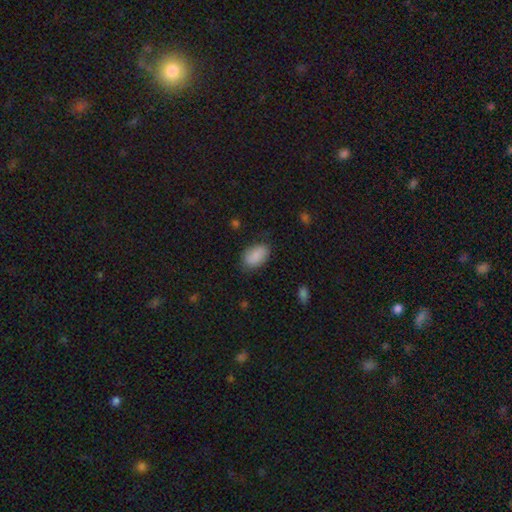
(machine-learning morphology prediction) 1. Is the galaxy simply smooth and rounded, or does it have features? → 86% smooth, 7% star or artifact, 6% featured or disk.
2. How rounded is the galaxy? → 91% in between, 7% round, 2% cigar-shaped.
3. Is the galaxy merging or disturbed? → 75% none, 18% minor disturbance, 5% major disturbance, 2% merger.